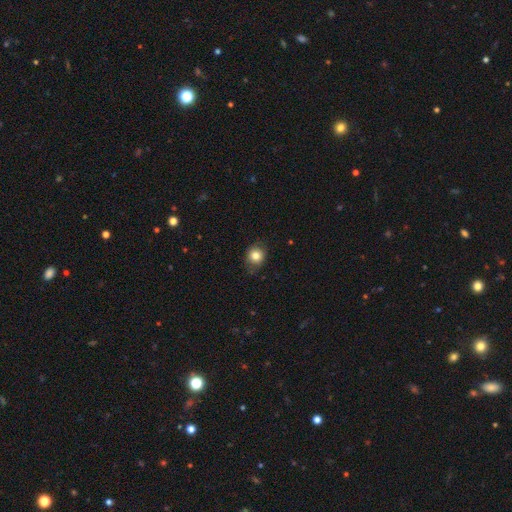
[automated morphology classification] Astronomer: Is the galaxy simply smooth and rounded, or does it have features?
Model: smooth — 82%.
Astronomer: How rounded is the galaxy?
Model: round — 79%.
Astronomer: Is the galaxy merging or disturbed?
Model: none — 80%.